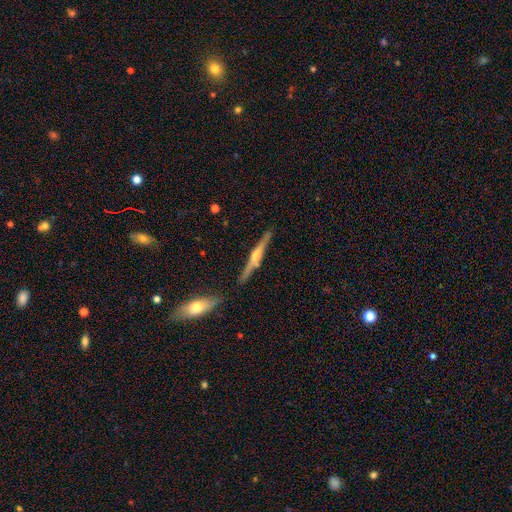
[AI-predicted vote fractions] A featured or disk galaxy (72%) viewed edge-on (97%) with a rounded central bulge (82%). Merging: none (83%).